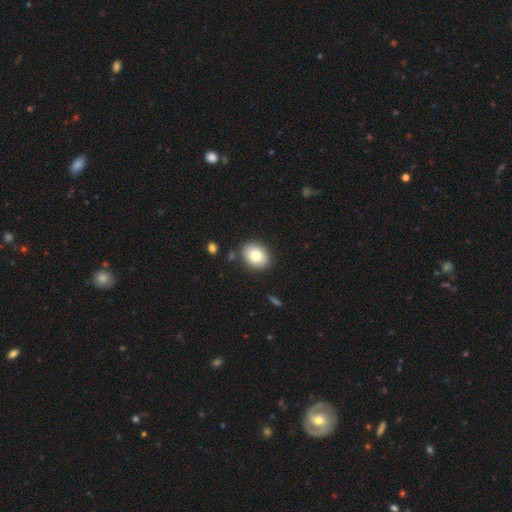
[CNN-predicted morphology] Smooth or featured?
  - smooth: 79% *
  - featured or disk: 12%
  - star or artifact: 8%
How rounded?
  - in between: 54% *
  - round: 46%
  - cigar-shaped: 1%
Merging?
  - none: 85% *
  - minor disturbance: 10%
  - merger: 3%
  - major disturbance: 2%